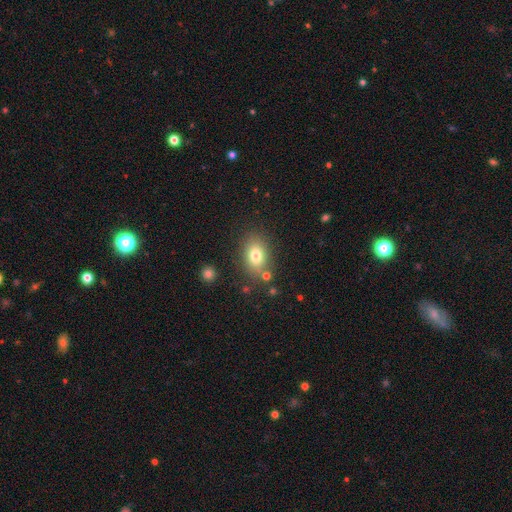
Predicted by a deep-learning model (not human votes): Smooth or featured?
  - smooth: 77% *
  - featured or disk: 12%
  - star or artifact: 11%
How rounded?
  - in between: 75% *
  - round: 24%
  - cigar-shaped: 2%
Merging?
  - none: 76% *
  - minor disturbance: 13%
  - merger: 6%
  - major disturbance: 4%